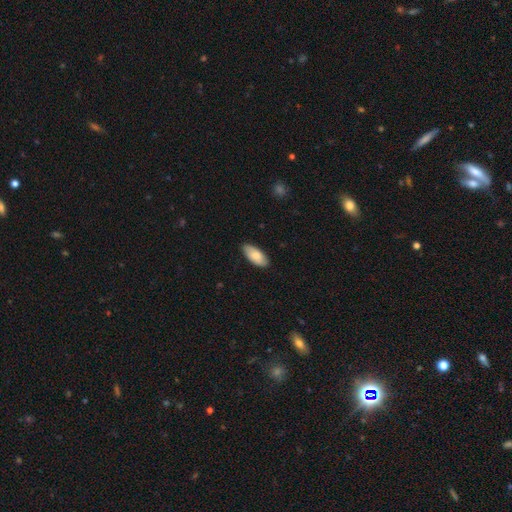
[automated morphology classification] Smooth or featured? smooth (82%)
How rounded? in between (90%)
Merging? none (85%)